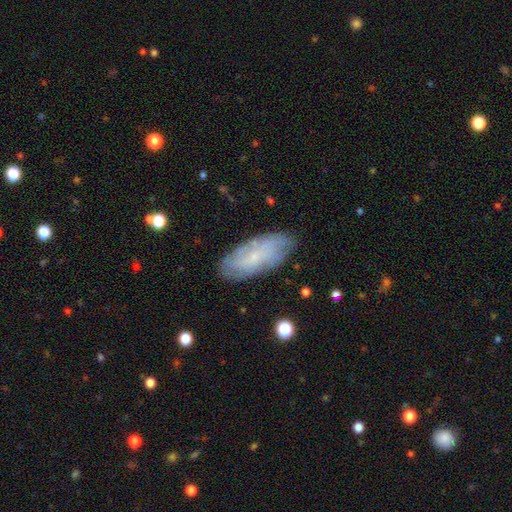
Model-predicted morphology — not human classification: type=featured or disk (51%); edge-on=no (85%); merging=none (80%).